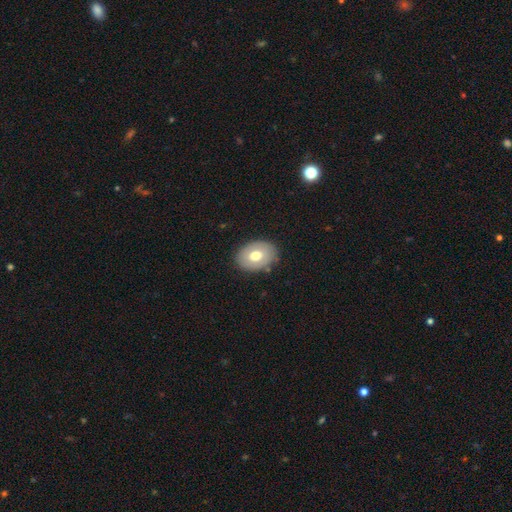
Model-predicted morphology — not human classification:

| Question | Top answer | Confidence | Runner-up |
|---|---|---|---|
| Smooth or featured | smooth | 63% | featured or disk (30%) |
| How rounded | in between | 74% | round (25%) |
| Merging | none | 84% | minor disturbance (12%) |